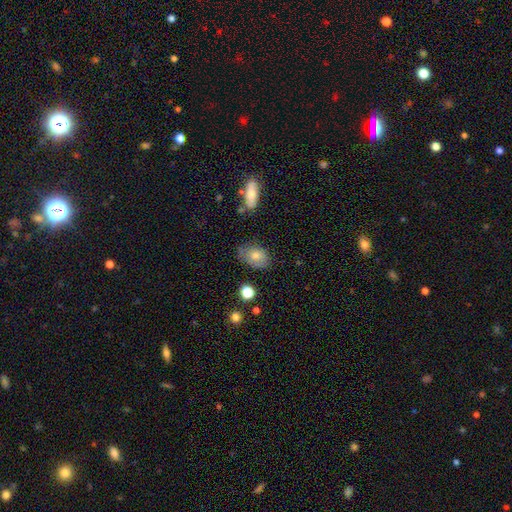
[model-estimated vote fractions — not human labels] A smooth galaxy with no disk features (66%) that is in between round and cigar-shaped (82%).

Vote fractions:
- Smooth or featured? smooth: 66% / featured or disk: 24% / star or artifact: 10%
- How rounded? in between: 82% / round: 16% / cigar-shaped: 2%
- Merging? none: 60% / minor disturbance: 29% / major disturbance: 8% / merger: 3%